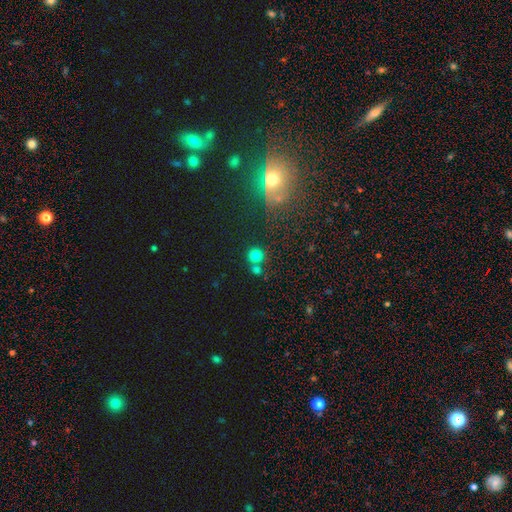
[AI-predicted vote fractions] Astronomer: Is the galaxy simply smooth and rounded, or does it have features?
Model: smooth — 76%.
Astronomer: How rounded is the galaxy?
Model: round — 91%.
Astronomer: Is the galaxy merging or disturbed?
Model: none — 65%.